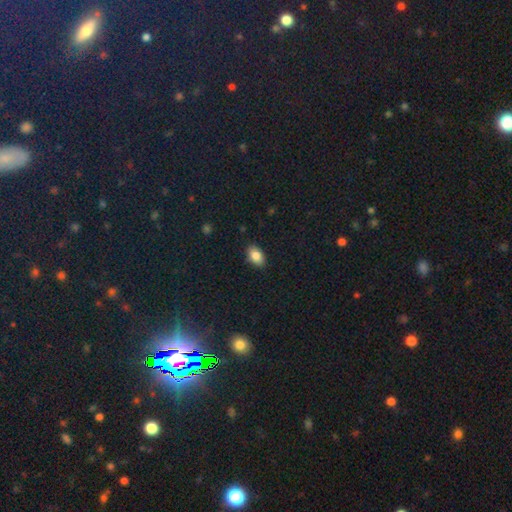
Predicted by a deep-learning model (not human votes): Overall: smooth (85%). How rounded: in between (87%). Merging: none (87%).